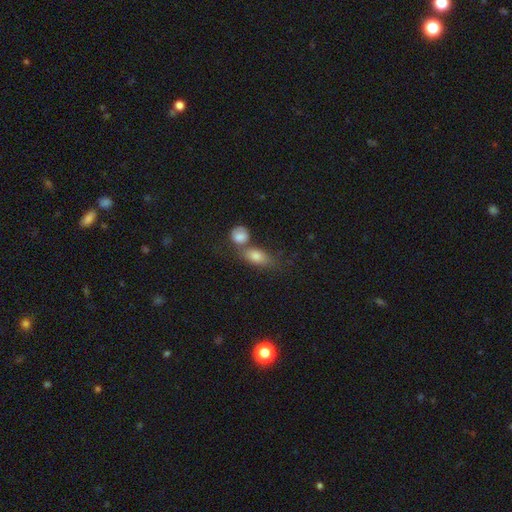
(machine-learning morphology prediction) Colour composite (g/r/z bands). It shows a smooth galaxy with no disk features (74%) that is in between round and cigar-shaped (75%). Merging: none (41%).